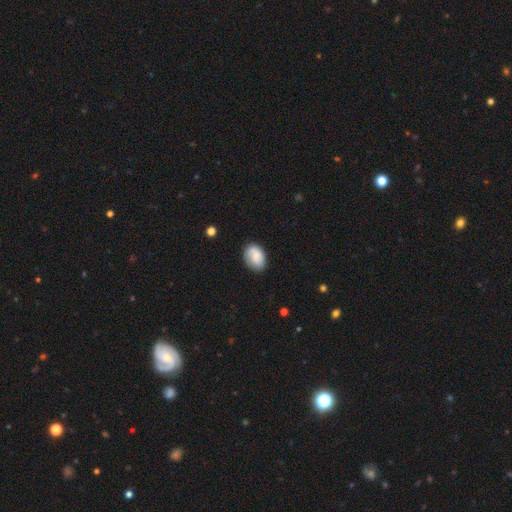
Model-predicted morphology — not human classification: Smooth or featured?
  - smooth: 74% *
  - featured or disk: 18%
  - star or artifact: 7%
How rounded?
  - in between: 76% *
  - round: 23%
  - cigar-shaped: 1%
Merging?
  - none: 73% *
  - minor disturbance: 21%
  - major disturbance: 4%
  - merger: 2%